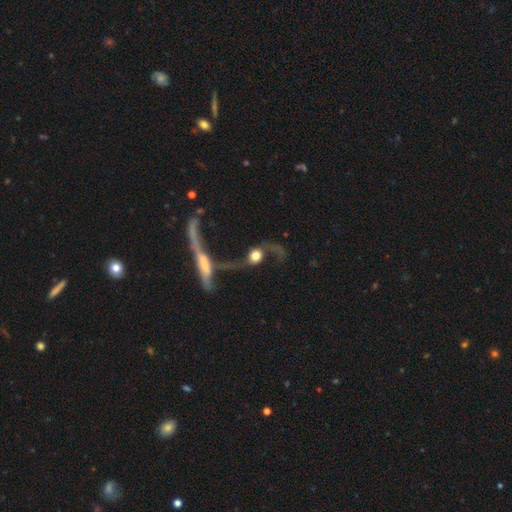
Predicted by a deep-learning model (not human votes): Smooth or featured? Predicted: featured or disk (p=0.63). Edge-on disk? Predicted: no (p=0.87). Bar? Predicted: no (p=0.75). Spiral arms? Predicted: yes (p=0.78). Bulge size? Predicted: large (p=0.46). Merging? Predicted: merger (p=0.44).